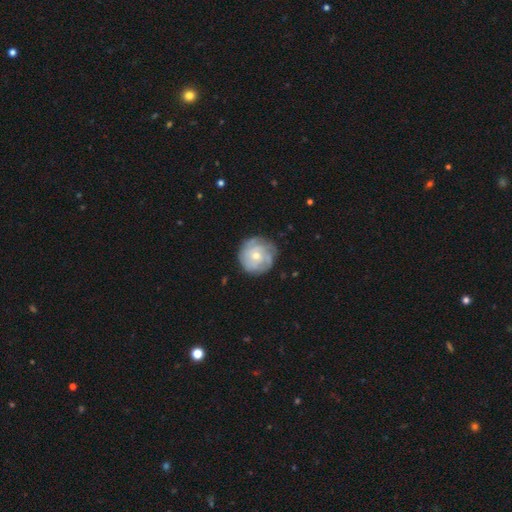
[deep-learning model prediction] smooth-or-featured: featured or disk: 59% | smooth: 34% | star or artifact: 7%
  disk-edge-on: no: 98% | yes: 2%
    bar: no: 82% | weak: 15% | strong: 2%
    has-spiral-arms: yes: 76% | no: 24%
    bulge-size: small: 50% | moderate: 46% | large: 2% | none: 1% | dominant: 1%
  merging: none: 78% | minor disturbance: 15% | major disturbance: 5% | merger: 1%